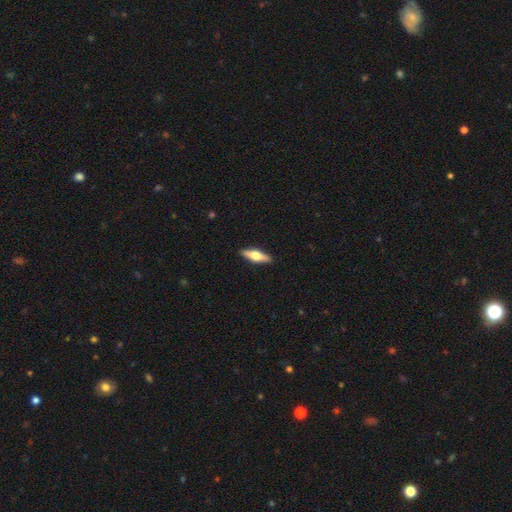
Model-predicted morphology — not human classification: smooth_or_featured: featured or disk (p=0.52) [alt: smooth p=0.42]
disk_edge_on: yes (p=0.94) [alt: no p=0.06]
merging: none (p=0.91) [alt: minor disturbance p=0.07]